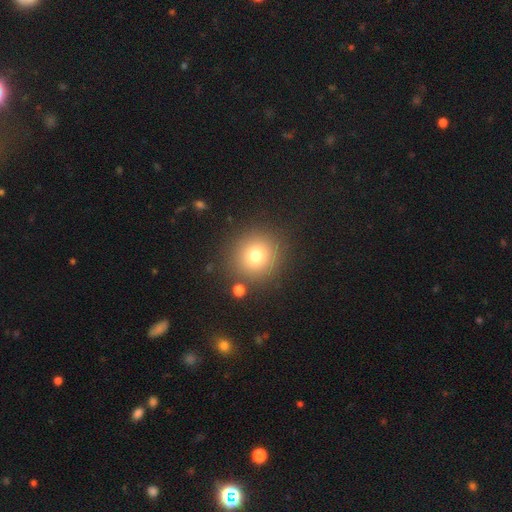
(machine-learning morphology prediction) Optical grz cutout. It shows a smooth galaxy with no disk features (76%) that is round (93%). Merging: none (86%).